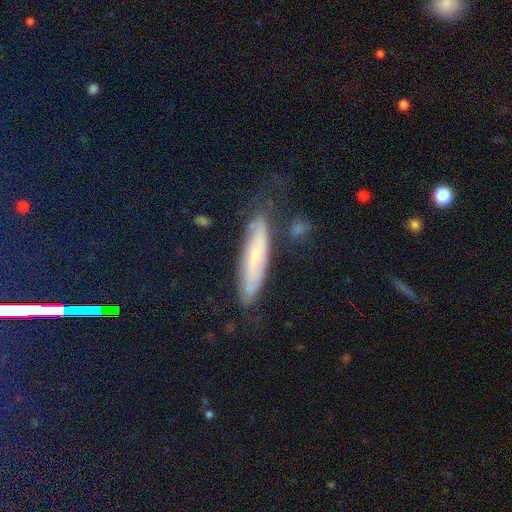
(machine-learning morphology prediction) This is possibly a featured or disk galaxy (59%). It is possibly not viewed edge-on (58%). Merging: likely none (66%).